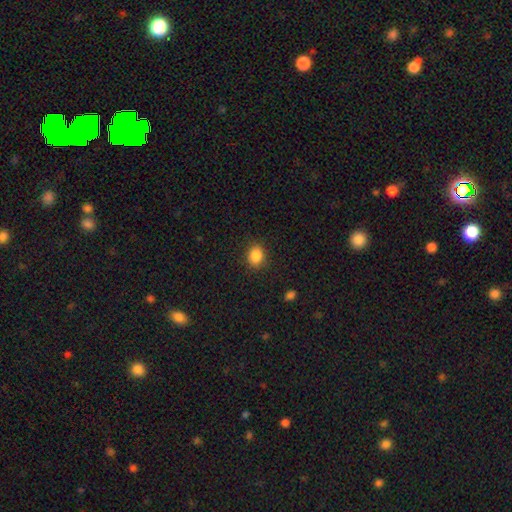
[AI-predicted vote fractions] Smooth or featured: smooth — 86% (star or artifact — 10%)
How rounded: in between — 52% (round — 47%)
Merging: none — 87% (minor disturbance — 9%)